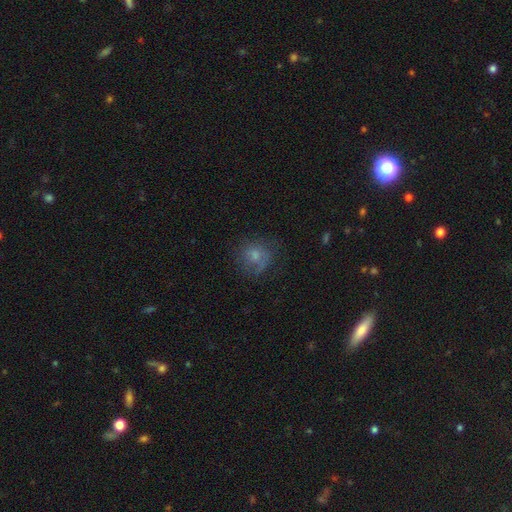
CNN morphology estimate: Smooth or featured? smooth (60%)
How rounded? round (75%)
Merging? none (55%)